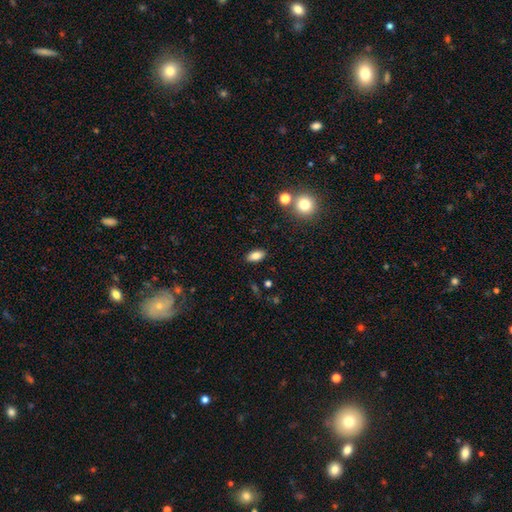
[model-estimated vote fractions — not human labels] A smooth galaxy with no disk features (82%) that is in between round and cigar-shaped (90%).

Vote fractions:
- Smooth or featured? smooth: 82% / star or artifact: 10% / featured or disk: 8%
- How rounded? in between: 90% / cigar-shaped: 6% / round: 5%
- Merging? none: 88% / minor disturbance: 8% / major disturbance: 2% / merger: 2%